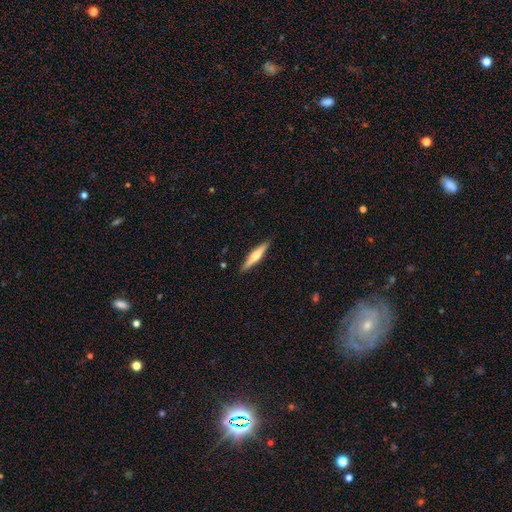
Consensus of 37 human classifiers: This appears to be a smooth galaxy with no disk features (54%) that is cigar-shaped (75%). Merging: none (94%).